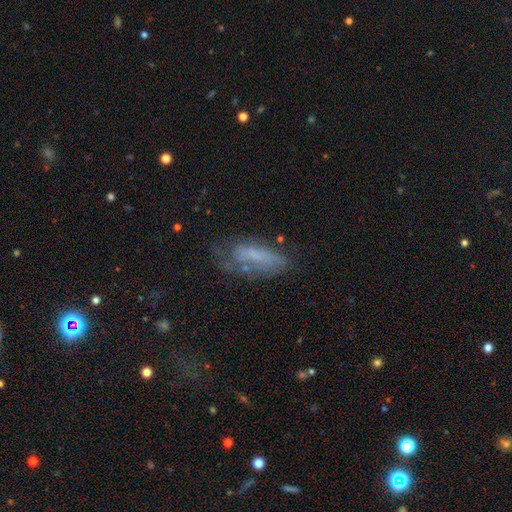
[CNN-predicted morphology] A smooth galaxy with no disk features (48%). Merging: none (47%).